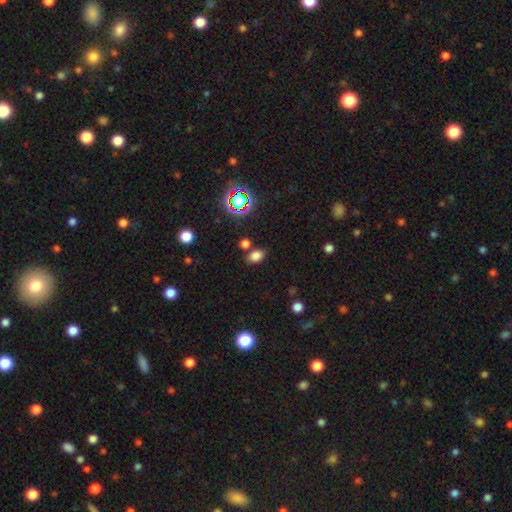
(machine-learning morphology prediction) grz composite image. It shows a smooth galaxy with no disk features (77%) that is in between round and cigar-shaped (78%). Merging: none (72%).